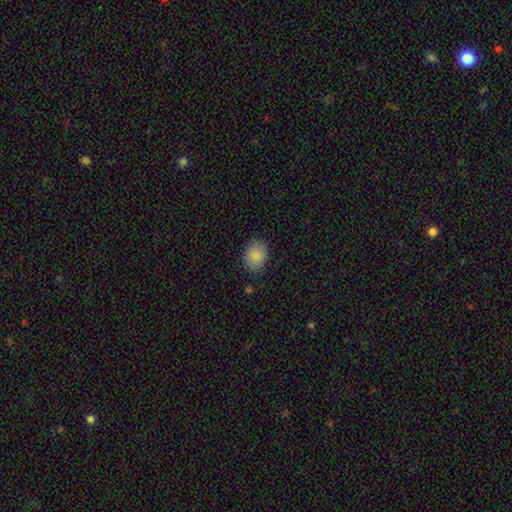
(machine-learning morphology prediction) This is clearly a smooth galaxy (88%). How rounded: likely in between (61%). Merging: clearly none (84%).